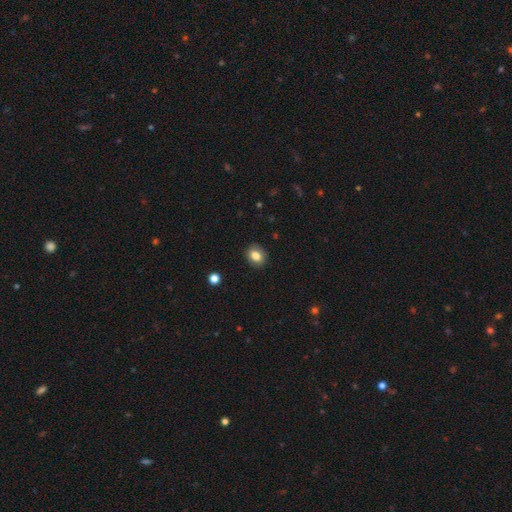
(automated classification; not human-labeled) This is clearly a smooth galaxy (83%). How rounded: possibly in between (50%). Merging: clearly none (89%).